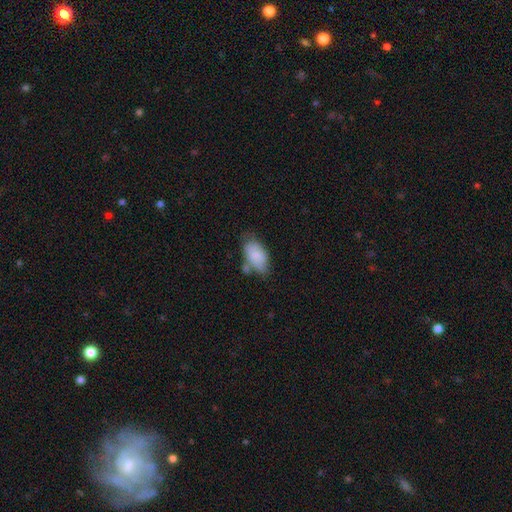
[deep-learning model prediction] Morphology: type=smooth (73%); roundness=in between (93%); merging=none (46%).